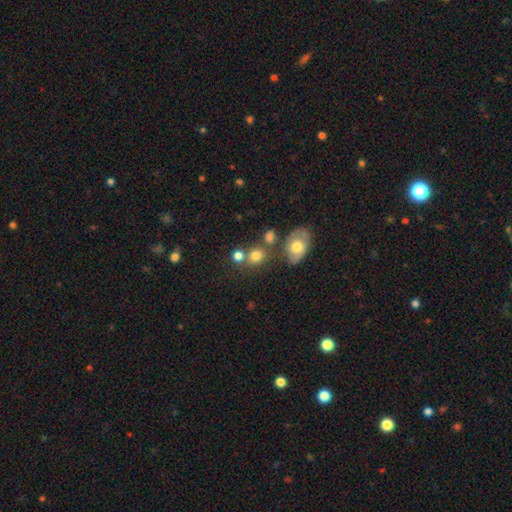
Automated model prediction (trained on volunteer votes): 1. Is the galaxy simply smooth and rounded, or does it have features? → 76% smooth, 13% featured or disk, 12% star or artifact.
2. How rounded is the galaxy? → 70% round, 29% in between, 1% cigar-shaped.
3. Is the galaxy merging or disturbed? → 56% none, 26% merger, 12% minor disturbance, 5% major disturbance.